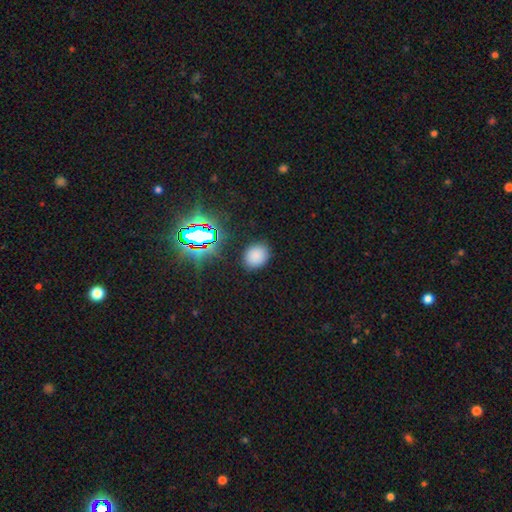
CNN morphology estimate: smooth-or-featured: smooth: 78% | star or artifact: 17% | featured or disk: 5%
  how-rounded: round: 56% | in between: 43% | cigar-shaped: 1%
  merging: none: 86% | minor disturbance: 10% | major disturbance: 3% | merger: 2%